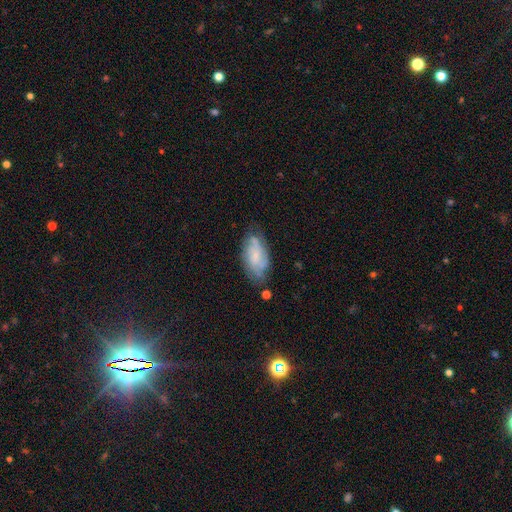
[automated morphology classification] Smooth or featured: featured or disk — 57% (smooth — 35%)
Edge-on disk: no — 94% (yes — 6%)
Bar: no — 63% (weak — 32%)
Spiral arms: yes — 85% (no — 15%)
Bulge size: small — 47% (none — 27%)
Merging: none — 63% (minor disturbance — 26%)